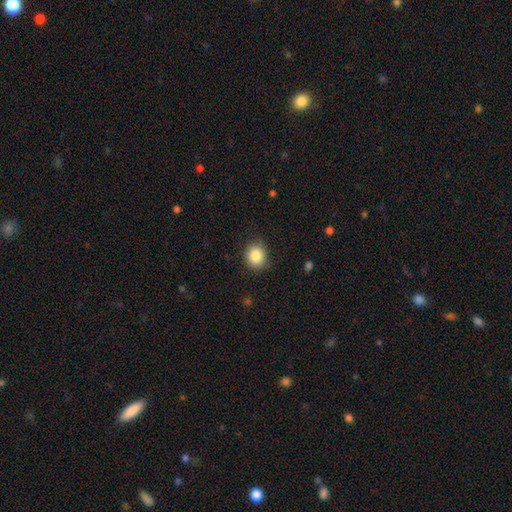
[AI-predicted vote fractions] Smooth or featured?
  - smooth: 86% *
  - star or artifact: 9%
  - featured or disk: 5%
How rounded?
  - round: 70% *
  - in between: 29%
  - cigar-shaped: 1%
Merging?
  - none: 84% *
  - minor disturbance: 12%
  - major disturbance: 3%
  - merger: 1%